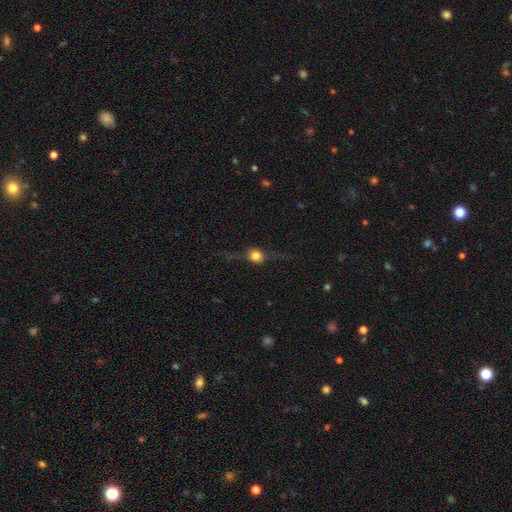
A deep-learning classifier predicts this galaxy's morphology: Smooth or featured?
  - featured or disk: 56% *
  - smooth: 32%
  - star or artifact: 11%
Edge-on disk?
  - yes: 87% *
  - no: 13%
Merging?
  - none: 72% *
  - minor disturbance: 16%
  - major disturbance: 10%
  - merger: 2%